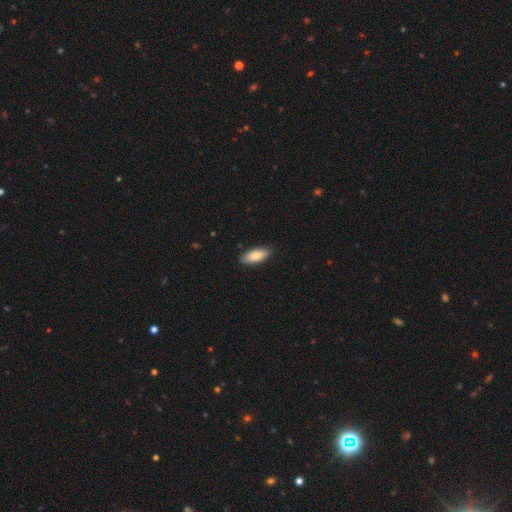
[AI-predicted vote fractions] Smooth or featured: smooth — 85% (featured or disk — 9%)
How rounded: in between — 82% (cigar-shaped — 16%)
Merging: none — 87% (minor disturbance — 10%)